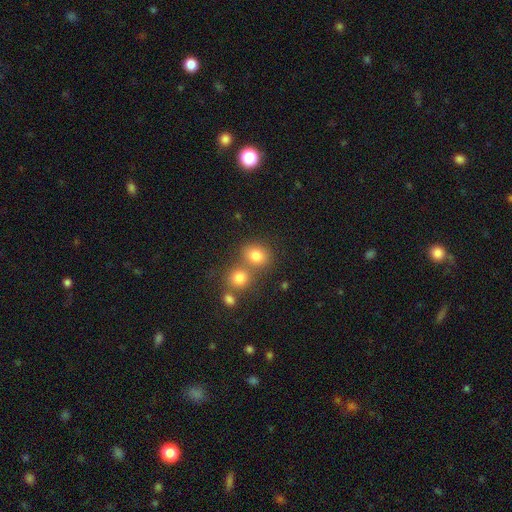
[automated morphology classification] The model was most divided on "merging": none: 53%, merger: 34%, minor disturbance: 9%, major disturbance: 4%. More confident: smooth or featured — smooth (79%); how rounded — round (67%).